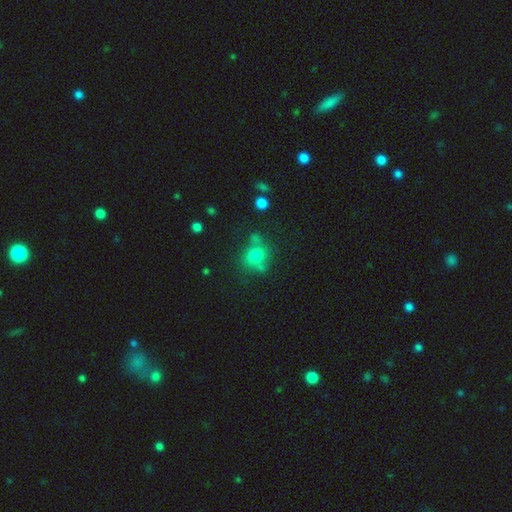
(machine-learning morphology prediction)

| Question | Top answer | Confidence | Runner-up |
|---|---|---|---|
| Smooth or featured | smooth | 70% | featured or disk (15%) |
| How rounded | round | 73% | in between (26%) |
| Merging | none | 59% | minor disturbance (19%) |